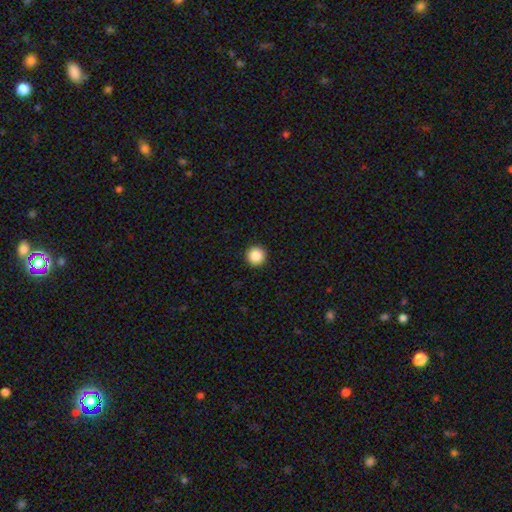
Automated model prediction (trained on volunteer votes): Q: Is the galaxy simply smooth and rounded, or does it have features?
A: smooth — 88%.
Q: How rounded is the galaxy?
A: round — 96%.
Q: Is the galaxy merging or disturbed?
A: none — 93%.